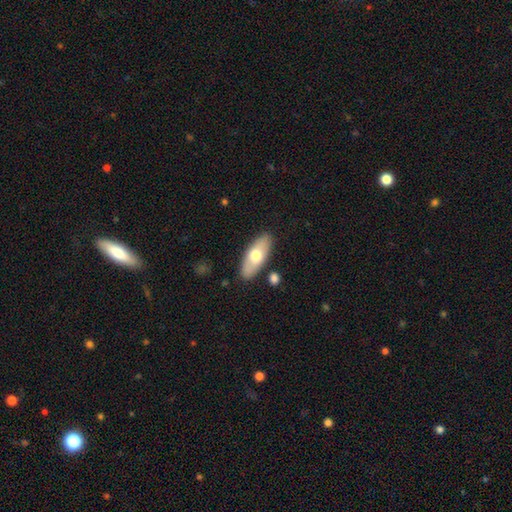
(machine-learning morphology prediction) Smooth or featured?
  - smooth: 64% *
  - featured or disk: 31%
  - star or artifact: 5%
How rounded?
  - in between: 78% *
  - cigar-shaped: 19%
  - round: 3%
Merging?
  - none: 86% *
  - minor disturbance: 9%
  - merger: 3%
  - major disturbance: 2%